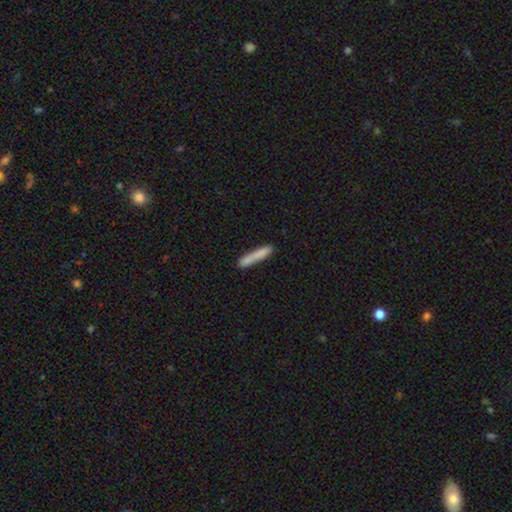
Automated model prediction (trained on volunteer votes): Morphology: type=smooth (79%); roundness=cigar-shaped (94%); merging=none (78%).